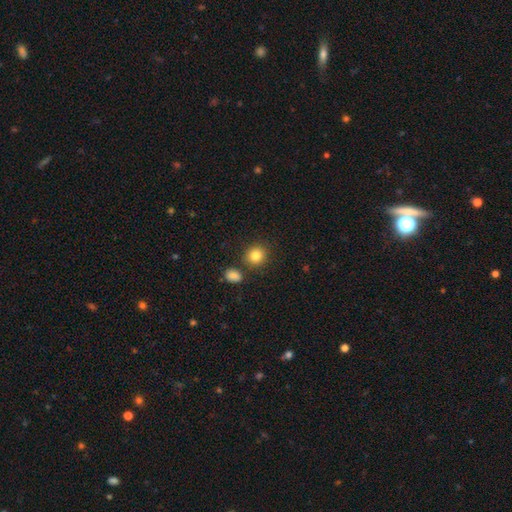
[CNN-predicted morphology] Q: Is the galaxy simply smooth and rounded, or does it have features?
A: smooth — 84%.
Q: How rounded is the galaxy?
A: round — 84%.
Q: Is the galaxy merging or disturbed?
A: none — 81%.